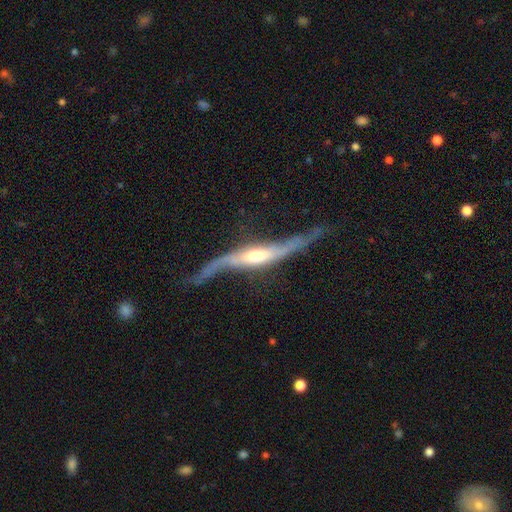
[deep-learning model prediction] featured or disk 85%, smooth 10%, star or artifact 5%. Down the decision tree: edge-on disk — yes (56%); merging — none (49%).